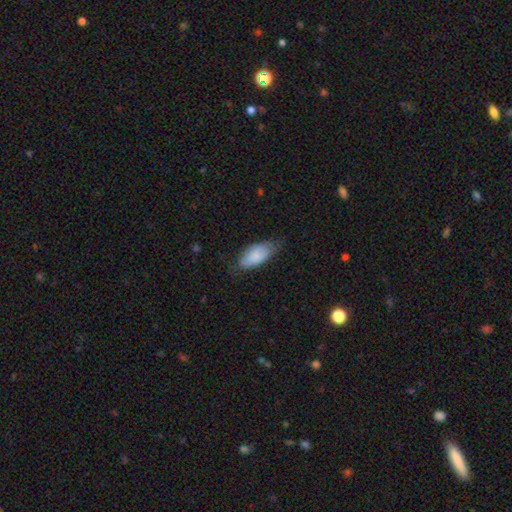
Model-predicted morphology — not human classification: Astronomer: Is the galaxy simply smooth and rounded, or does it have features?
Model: smooth — 83%.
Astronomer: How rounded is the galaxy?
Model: in between — 88%.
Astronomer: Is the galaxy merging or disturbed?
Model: none — 60%.